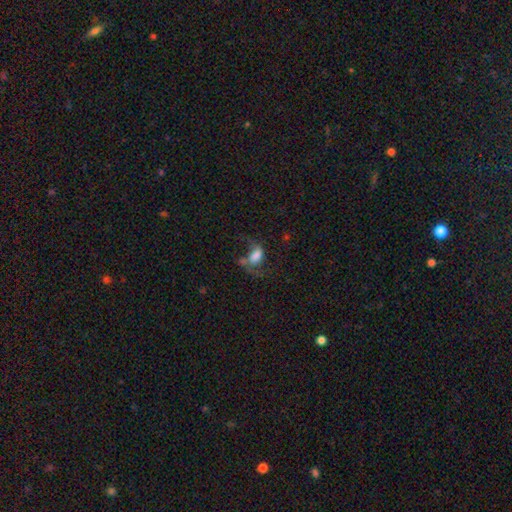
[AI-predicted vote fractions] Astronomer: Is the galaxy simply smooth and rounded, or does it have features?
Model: smooth — 48% (runner-up: featured or disk, 40%).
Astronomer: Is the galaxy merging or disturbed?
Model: major disturbance — 37% (runner-up: none, 29%).